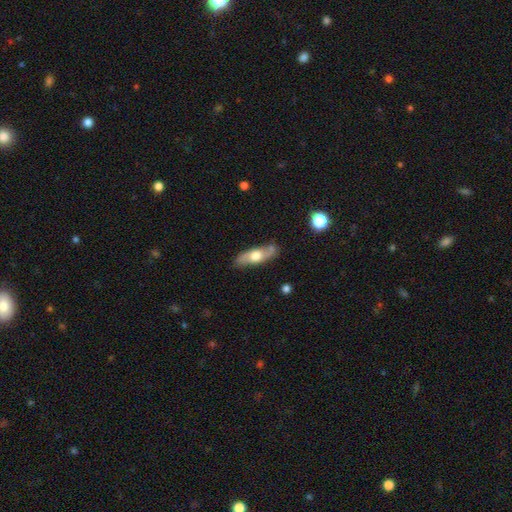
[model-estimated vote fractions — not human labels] This appears to be a smooth galaxy with no disk features (48%). Merging: none (78%).